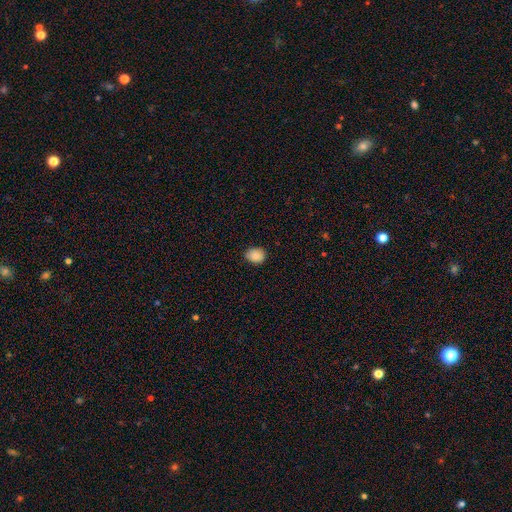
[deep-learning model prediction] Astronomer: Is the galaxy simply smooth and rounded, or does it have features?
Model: smooth — 88%.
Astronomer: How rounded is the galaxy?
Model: round — 51% (runner-up: in between, 48%).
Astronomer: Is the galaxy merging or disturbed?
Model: none — 82%.